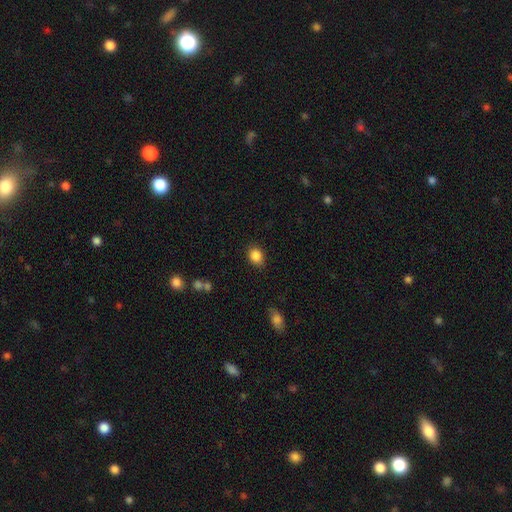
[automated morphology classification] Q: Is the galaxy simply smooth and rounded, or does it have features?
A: smooth — 86%.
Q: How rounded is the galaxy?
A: in between — 51%.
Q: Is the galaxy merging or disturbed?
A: none — 85%.